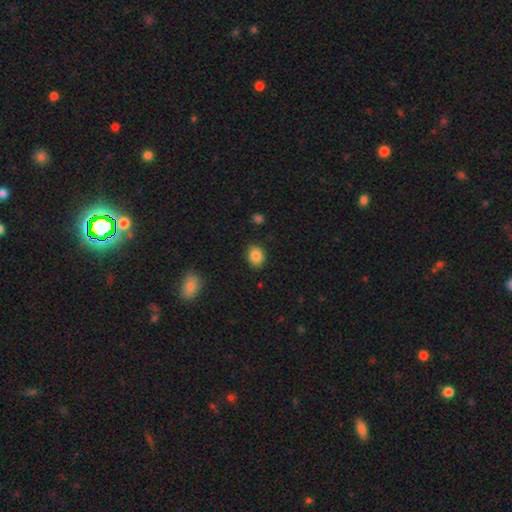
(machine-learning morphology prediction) Smooth or featured?
  - smooth: 86% *
  - star or artifact: 9%
  - featured or disk: 5%
How rounded?
  - in between: 53% *
  - round: 46%
  - cigar-shaped: 1%
Merging?
  - none: 86% *
  - minor disturbance: 10%
  - major disturbance: 2%
  - merger: 1%